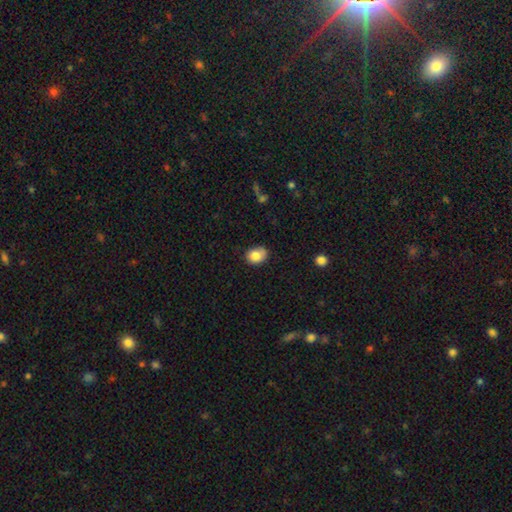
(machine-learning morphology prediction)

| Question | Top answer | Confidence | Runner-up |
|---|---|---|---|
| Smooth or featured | smooth | 82% | star or artifact (9%) |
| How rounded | round | 52% | in between (47%) |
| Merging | none | 66% | minor disturbance (26%) |